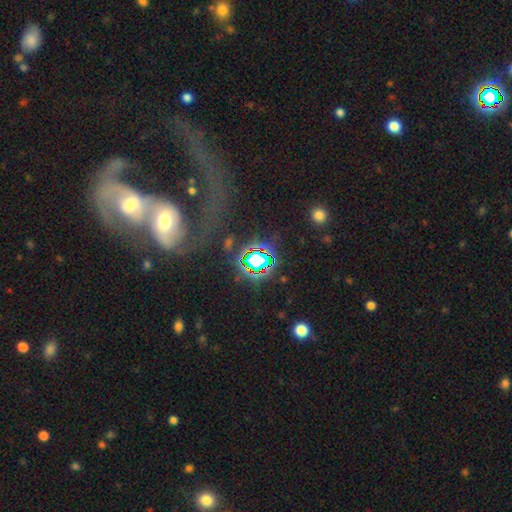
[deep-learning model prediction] A featured or disk galaxy (57%) with no bar (61%), spiral arms (60%) and a moderate central bulge (54%).

Vote fractions:
- Smooth or featured? featured or disk: 57% / smooth: 27% / star or artifact: 16%
- Edge-on disk? no: 92% / yes: 8%
- Bar? no: 61% / weak: 26% / strong: 13%
- Spiral arms? yes: 60% / no: 40%
- Bulge size? moderate: 54% / small: 22% / large: 13% / none: 6% / dominant: 5%
- Merging? merger: 75% / major disturbance: 11% / none: 9% / minor disturbance: 5%